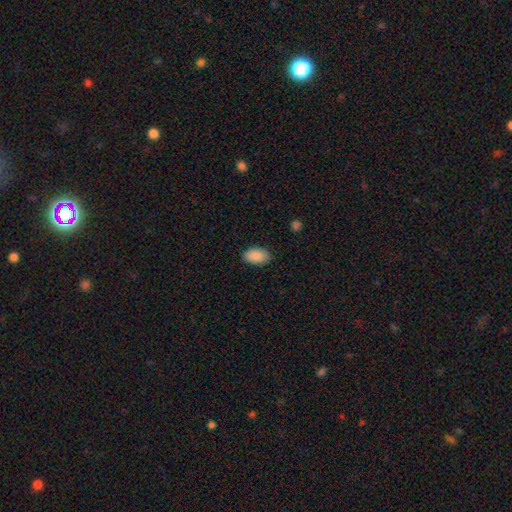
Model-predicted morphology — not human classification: This appears to be a smooth galaxy with no disk features (89%) that is in between round and cigar-shaped (93%). Merging: none (86%).